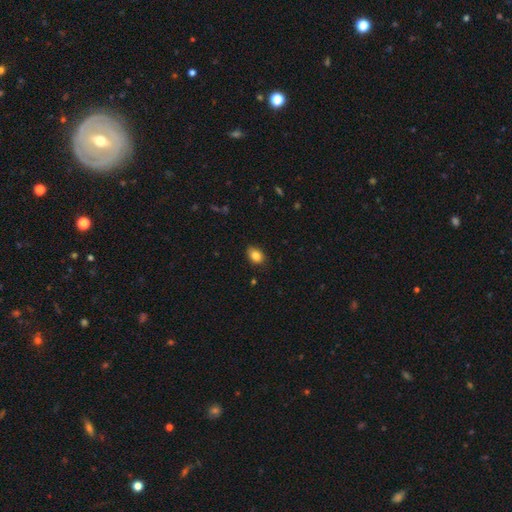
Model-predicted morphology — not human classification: smooth 84%, star or artifact 9%, featured or disk 7%. Down the decision tree: how rounded — in between (77%); merging — none (84%).